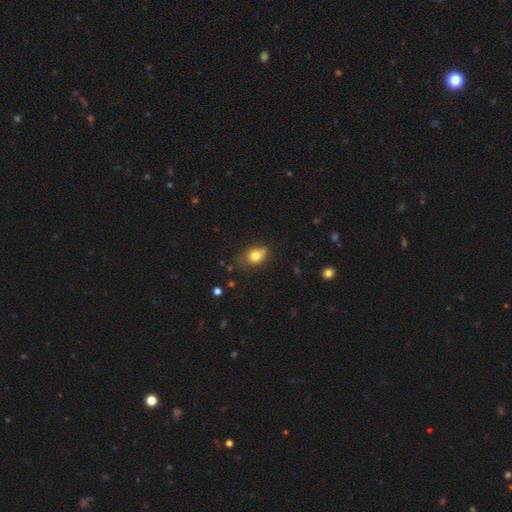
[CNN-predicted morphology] Overall: smooth (78%). How rounded: in between (62%; round 36%). Merging: none (60%; minor disturbance 29%).